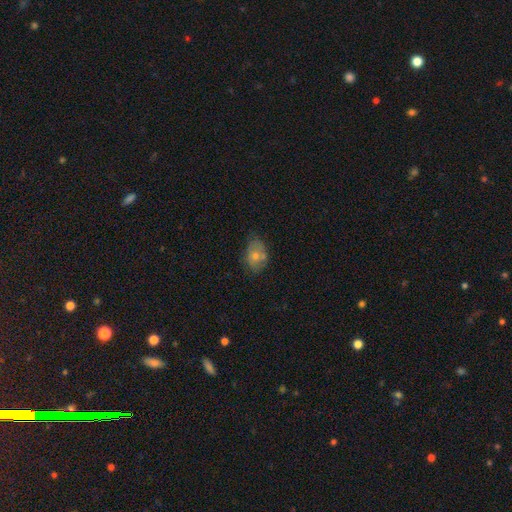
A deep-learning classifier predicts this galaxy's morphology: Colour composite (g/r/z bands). It shows a smooth galaxy with no disk features (63%) that is in between round and cigar-shaped (76%). Merging: none (53%).